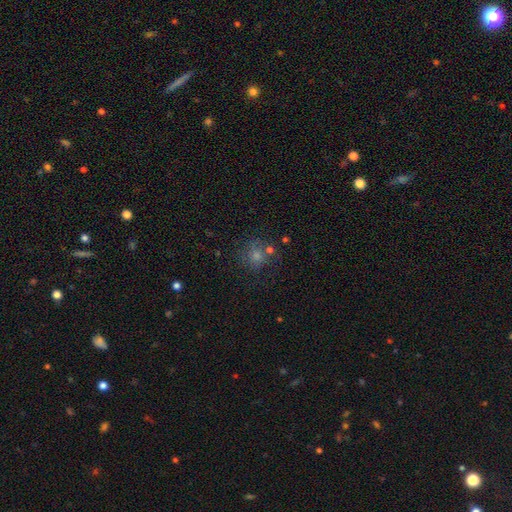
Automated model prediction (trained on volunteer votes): The model was most divided on "smooth or featured": smooth: 54%, star or artifact: 28%, featured or disk: 18%. More confident: how rounded — round (86%); merging — none (68%).